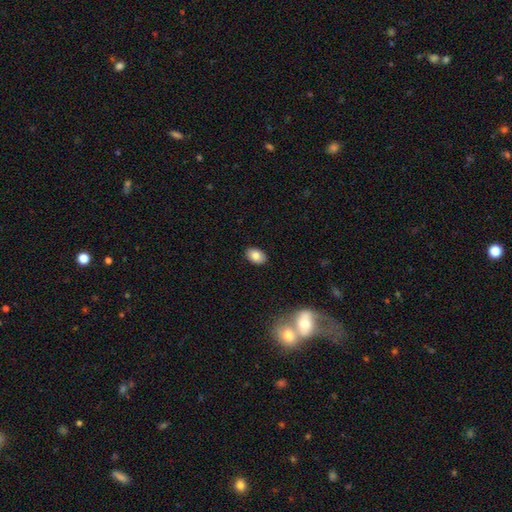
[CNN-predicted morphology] The model was most divided on "smooth or featured": smooth: 83%, featured or disk: 9%, star or artifact: 8%. More confident: merging — none (88%); how rounded — in between (86%).